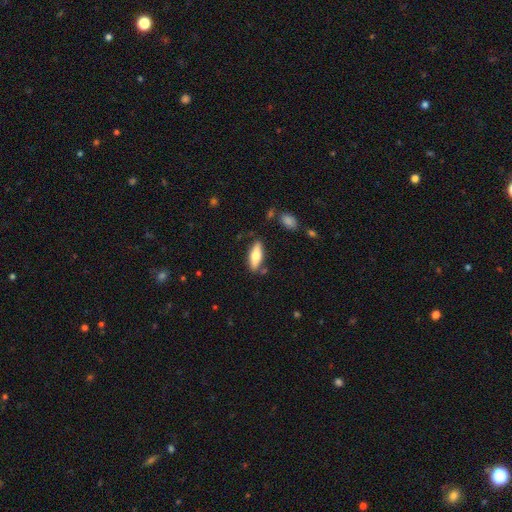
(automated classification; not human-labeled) A smooth galaxy with no disk features (62%) that is in between round and cigar-shaped (58%). Merging: none (81%).